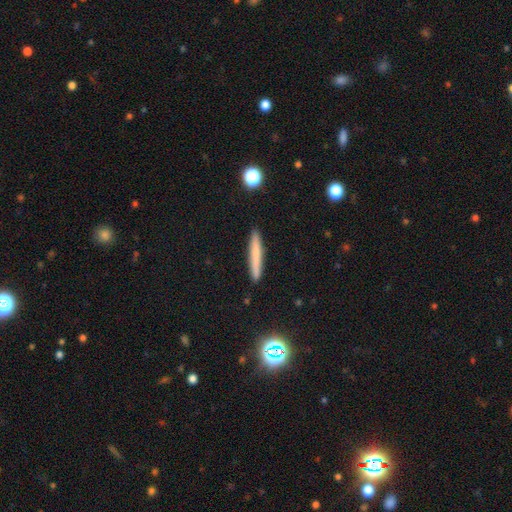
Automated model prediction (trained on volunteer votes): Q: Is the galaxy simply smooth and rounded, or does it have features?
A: smooth — 69%.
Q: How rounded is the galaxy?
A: cigar-shaped — 94%.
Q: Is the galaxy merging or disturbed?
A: none — 91%.